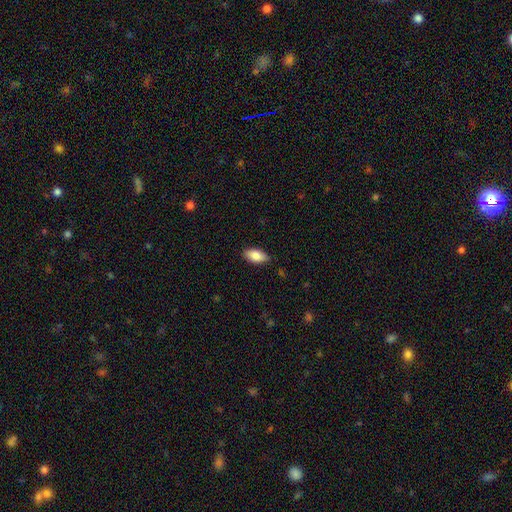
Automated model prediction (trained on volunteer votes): smooth 84%, featured or disk 10%, star or artifact 7%. Down the decision tree: how rounded — in between (91%); merging — none (85%).